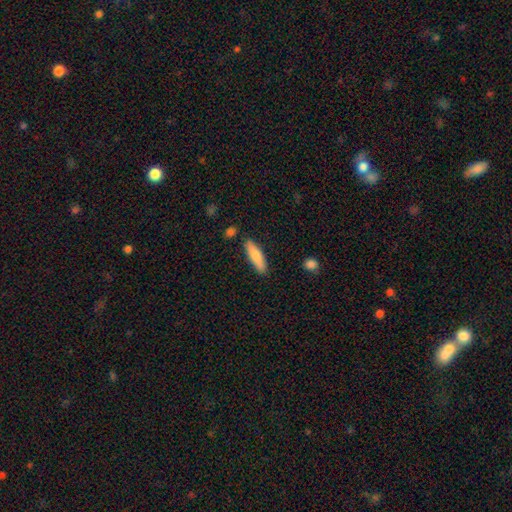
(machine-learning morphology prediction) A smooth galaxy with no disk features (79%) that is cigar-shaped (68%).

Vote fractions:
- Smooth or featured? smooth: 79% / featured or disk: 16% / star or artifact: 6%
- How rounded? cigar-shaped: 68% / in between: 30% / round: 2%
- Merging? none: 86% / minor disturbance: 10% / merger: 3% / major disturbance: 2%